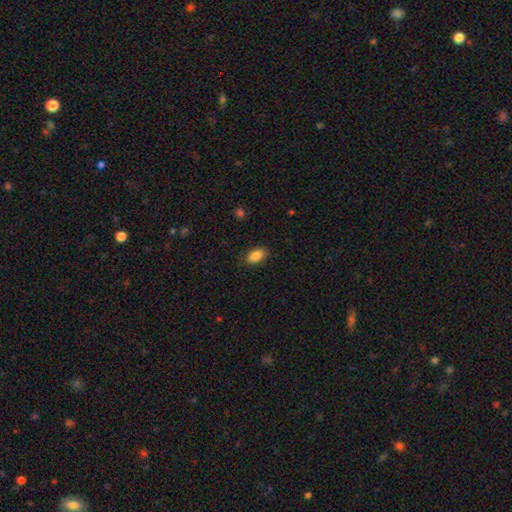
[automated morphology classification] Overall: smooth (87%). How rounded: in between (92%). Merging: none (85%).